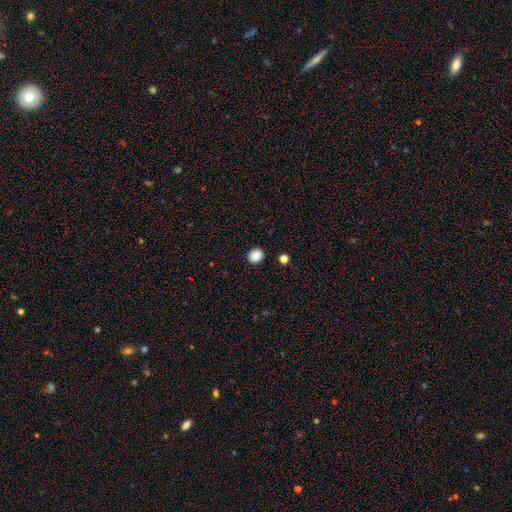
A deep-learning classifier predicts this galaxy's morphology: This appears to be a smooth galaxy with no disk features (87%) that is round (74%). Merging: none (91%).